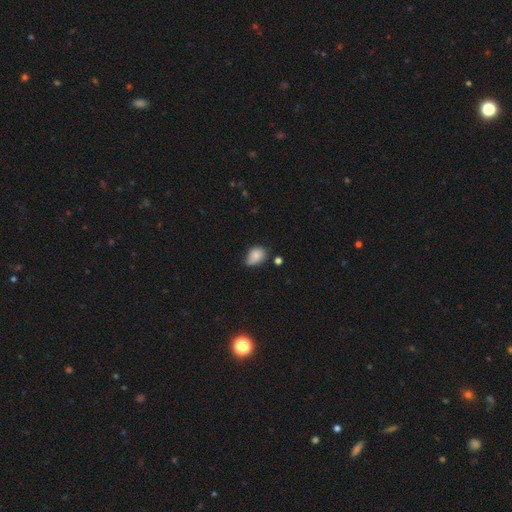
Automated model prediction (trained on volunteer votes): A smooth galaxy with no disk features (81%) that is in between round and cigar-shaped (75%). Merging: minor disturbance (44%).